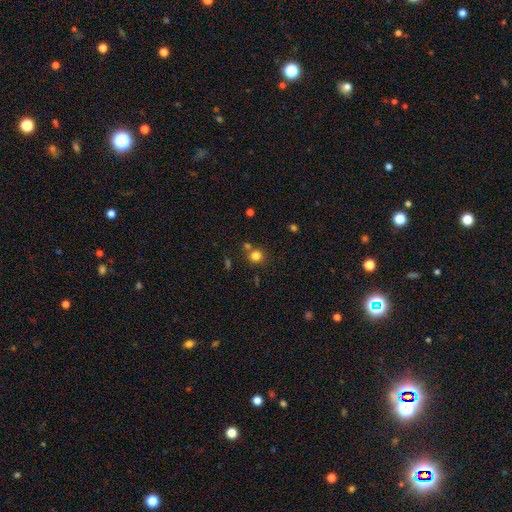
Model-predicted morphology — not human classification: smooth_or_featured: smooth (p=0.79) [alt: star or artifact p=0.14]
how_rounded: round (p=0.87) [alt: in between p=0.12]
merging: none (p=0.72) [alt: merger p=0.15]